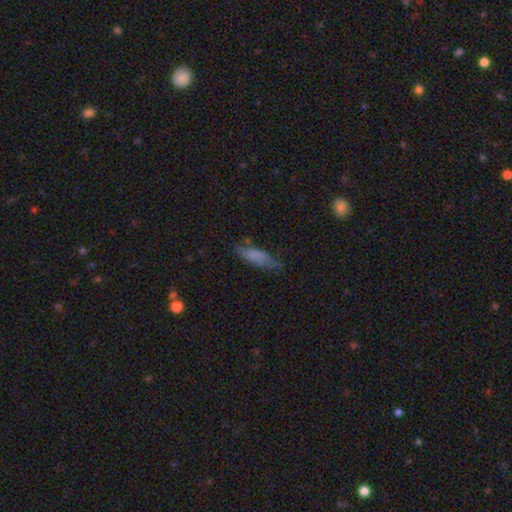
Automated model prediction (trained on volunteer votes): Smooth or featured: smooth — 69% (featured or disk — 21%)
How rounded: cigar-shaped — 54% (in between — 44%)
Merging: none — 54% (minor disturbance — 31%)